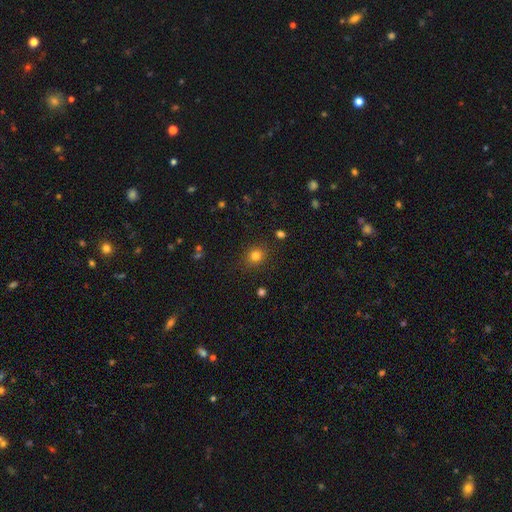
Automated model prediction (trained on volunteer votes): Overall: smooth (80%). How rounded: round (79%). Merging: none (87%).